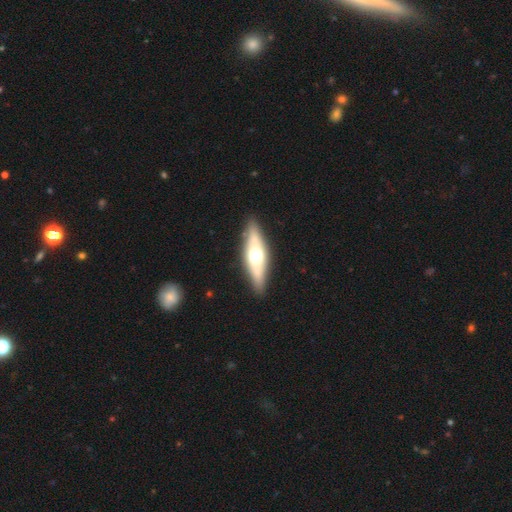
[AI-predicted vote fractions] Morphology: type=featured or disk (60%); edge-on=yes (85%); edge-on bulge=rounded (93%); merging=none (87%).